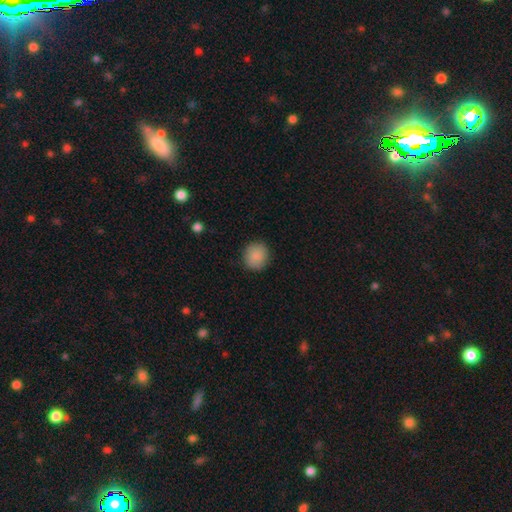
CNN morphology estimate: Smooth or featured? smooth (88%)
How rounded? round (87%)
Merging? none (89%)